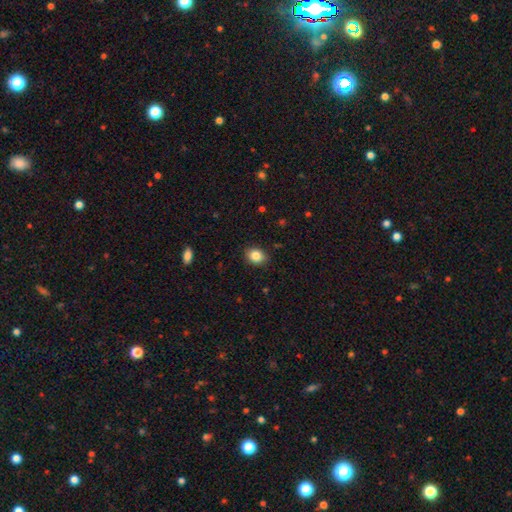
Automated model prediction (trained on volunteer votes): smooth_or_featured: smooth (p=0.84) [alt: star or artifact p=0.09]
how_rounded: in between (p=0.52) [alt: round p=0.47]
merging: none (p=0.88) [alt: minor disturbance p=0.09]